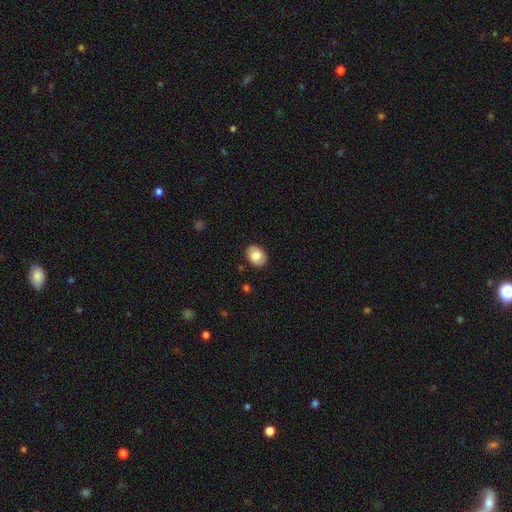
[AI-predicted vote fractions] Smooth or featured: smooth — 79% (featured or disk — 14%)
How rounded: in between — 70% (round — 29%)
Merging: none — 87% (minor disturbance — 9%)